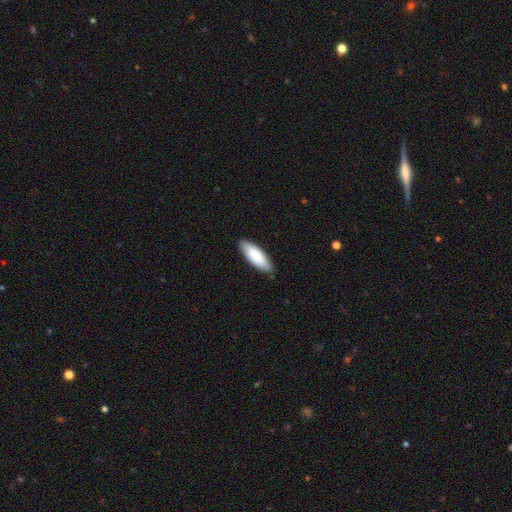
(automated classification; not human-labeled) Smooth or featured? smooth (86%)
How rounded? in between (66%)
Merging? none (86%)